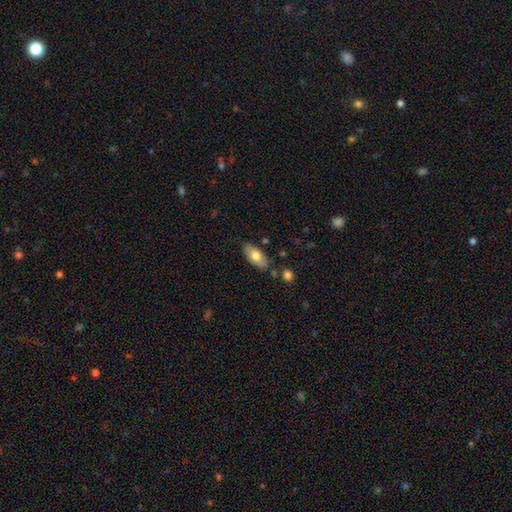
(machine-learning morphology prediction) smooth-or-featured: smooth: 72% | featured or disk: 22% | star or artifact: 6%
  how-rounded: in between: 89% | cigar-shaped: 9% | round: 3%
  merging: none: 80% | minor disturbance: 13% | merger: 4% | major disturbance: 3%